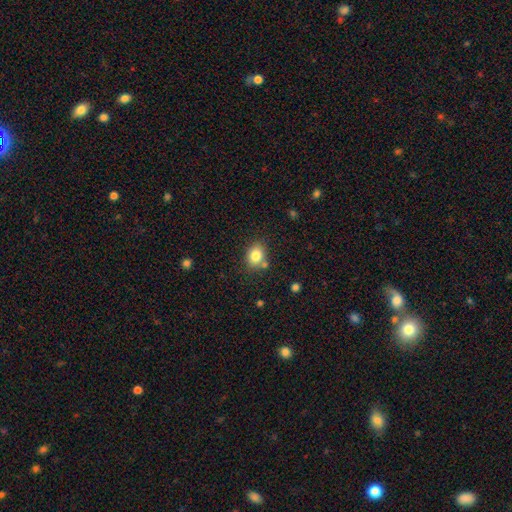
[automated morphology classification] This is clearly a smooth galaxy (81%). How rounded: possibly in between (53%). Merging: likely none (73%).